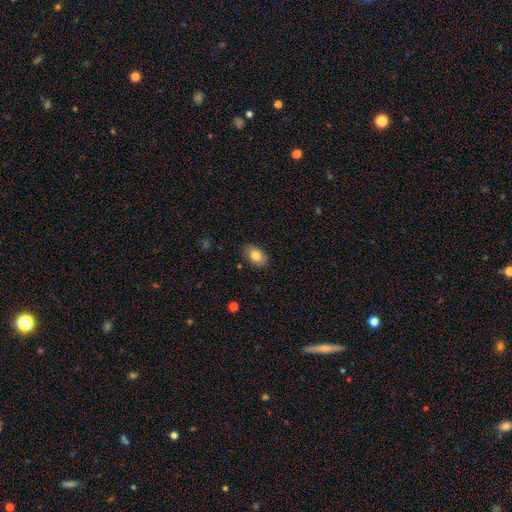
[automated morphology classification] This appears to be a smooth galaxy with no disk features (82%) that is in between round and cigar-shaped (91%). Merging: none (84%).